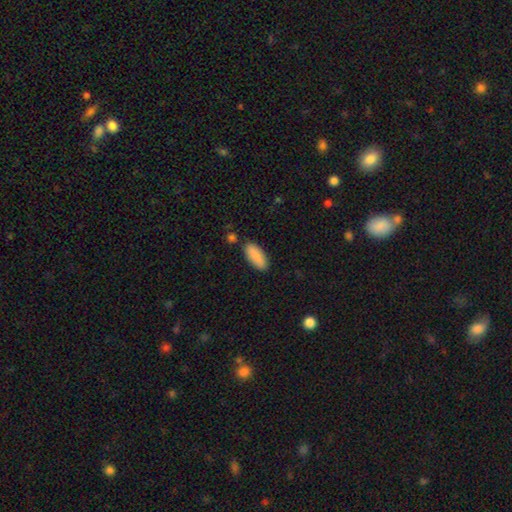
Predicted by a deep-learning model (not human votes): Overall: smooth (87%). How rounded: in between (77%). Merging: none (82%).